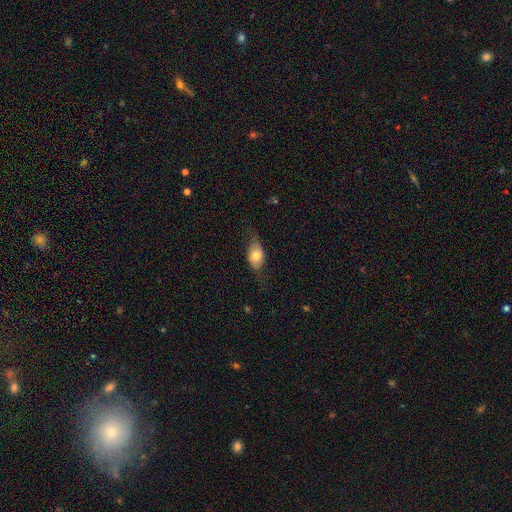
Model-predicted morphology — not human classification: Q: Smooth or featured?
A: smooth (62%); runner-up: featured or disk (30%)
Q: How rounded?
A: in between (82%); runner-up: round (13%)
Q: Merging?
A: none (58%); runner-up: minor disturbance (27%)